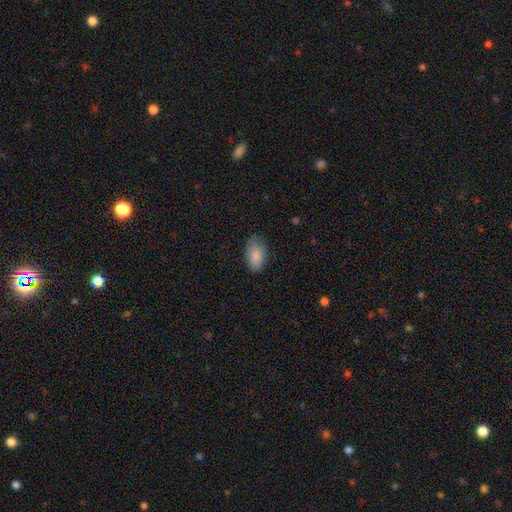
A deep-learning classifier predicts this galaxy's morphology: A smooth galaxy with no disk features (85%) that is in between round and cigar-shaped (93%).

Vote fractions:
- Smooth or featured? smooth: 85% / featured or disk: 8% / star or artifact: 7%
- How rounded? in between: 93% / round: 4% / cigar-shaped: 3%
- Merging? none: 74% / minor disturbance: 21% / major disturbance: 5% / merger: 1%